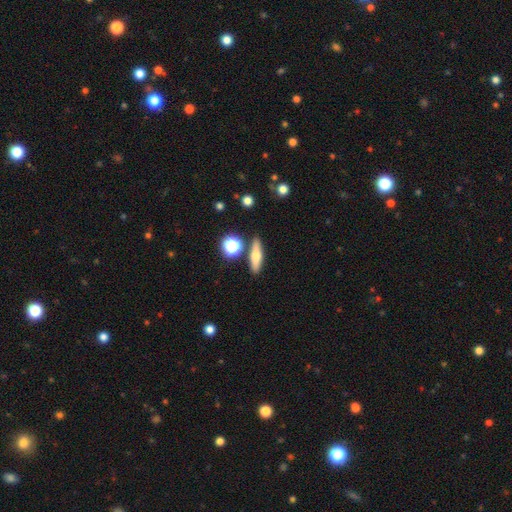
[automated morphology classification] Smooth or featured?
  - smooth: 59% *
  - featured or disk: 32%
  - star or artifact: 10%
How rounded?
  - cigar-shaped: 55% *
  - in between: 36%
  - round: 10%
Merging?
  - none: 82% *
  - minor disturbance: 9%
  - merger: 7%
  - major disturbance: 3%